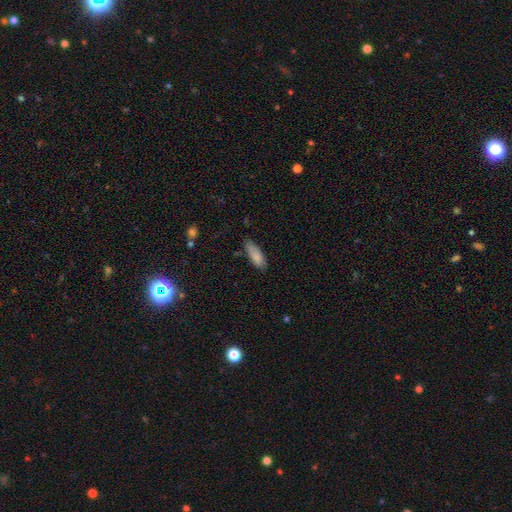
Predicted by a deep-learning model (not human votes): Smooth or featured: smooth — 85% (featured or disk — 9%)
How rounded: in between — 68% (cigar-shaped — 31%)
Merging: none — 73% (minor disturbance — 22%)